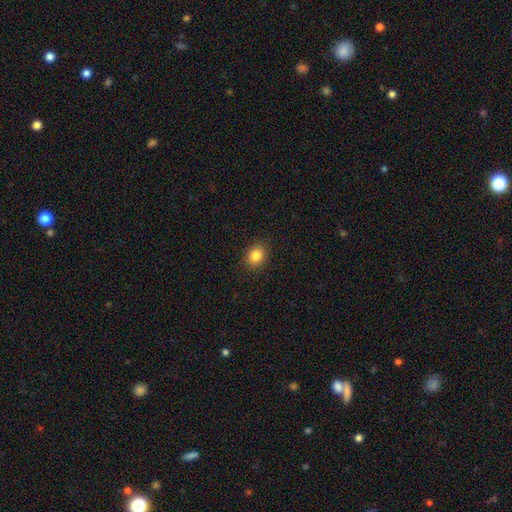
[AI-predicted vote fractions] Smooth or featured?
  - smooth: 84% *
  - star or artifact: 11%
  - featured or disk: 6%
How rounded?
  - round: 57% *
  - in between: 42%
  - cigar-shaped: 1%
Merging?
  - none: 90% *
  - minor disturbance: 7%
  - major disturbance: 2%
  - merger: 1%